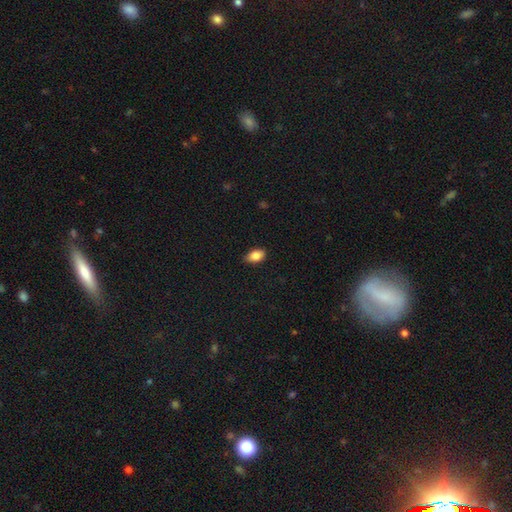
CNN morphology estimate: smooth 85%, star or artifact 8%, featured or disk 7%. Down the decision tree: how rounded — in between (88%); merging — none (82%).